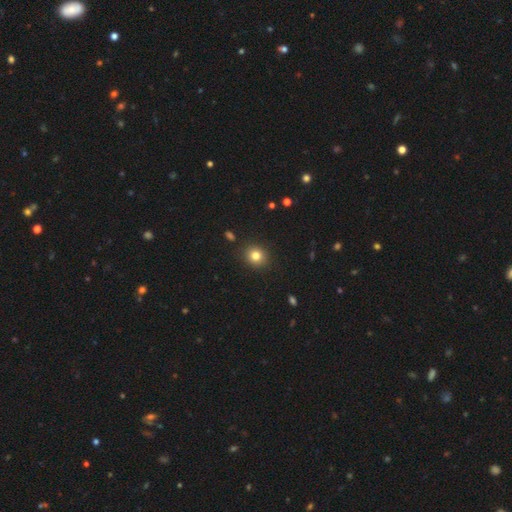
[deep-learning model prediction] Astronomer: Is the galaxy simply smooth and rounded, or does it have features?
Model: smooth — 81%.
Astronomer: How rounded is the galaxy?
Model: round — 79%.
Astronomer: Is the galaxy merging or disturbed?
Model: none — 89%.